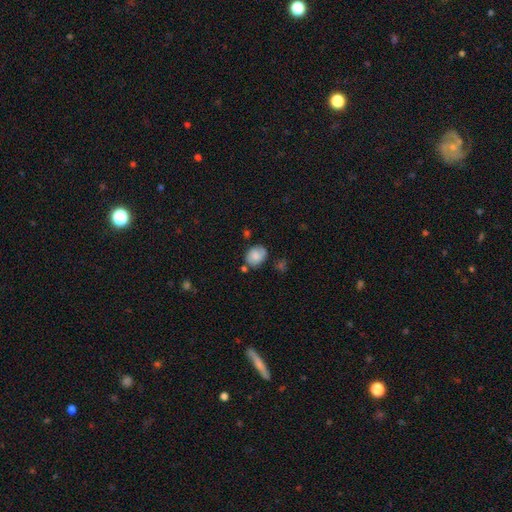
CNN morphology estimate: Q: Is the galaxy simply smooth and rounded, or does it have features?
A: smooth — 72%.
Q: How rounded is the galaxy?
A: in between — 56%.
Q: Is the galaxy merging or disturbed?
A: none — 66%.